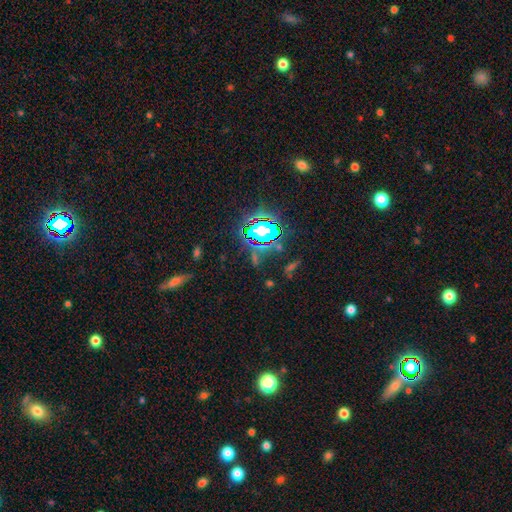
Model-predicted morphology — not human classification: Overall: star or artifact (74%).